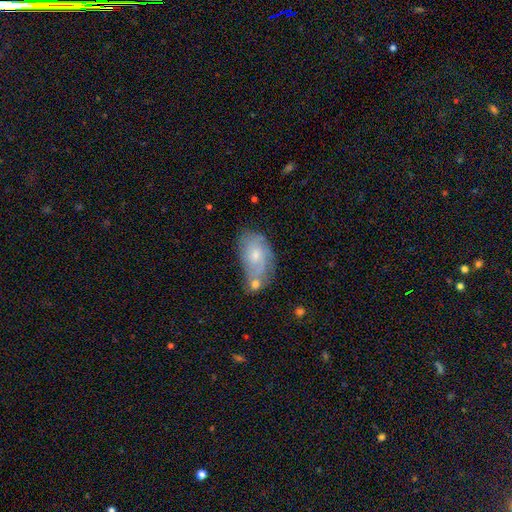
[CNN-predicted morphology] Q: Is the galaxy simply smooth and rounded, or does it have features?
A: featured or disk — 49%.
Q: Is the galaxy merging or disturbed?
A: none — 43%.